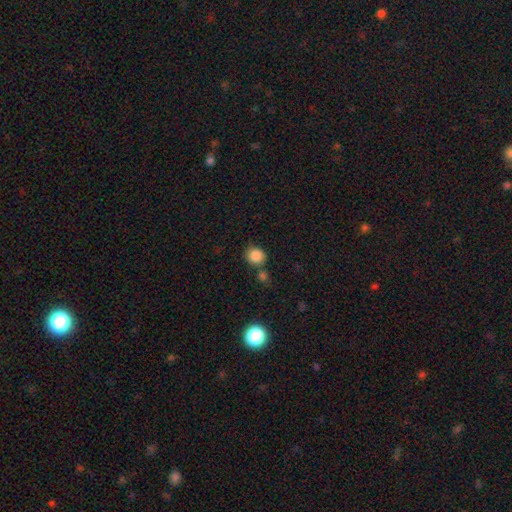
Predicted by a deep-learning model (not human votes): This is clearly a smooth galaxy (85%). How rounded: clearly round (84%). Merging: likely none (70%).